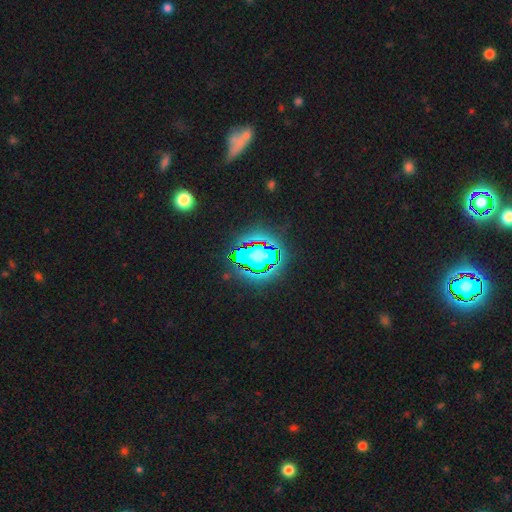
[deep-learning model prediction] star or artifact 63%, smooth 19%, featured or disk 18%.